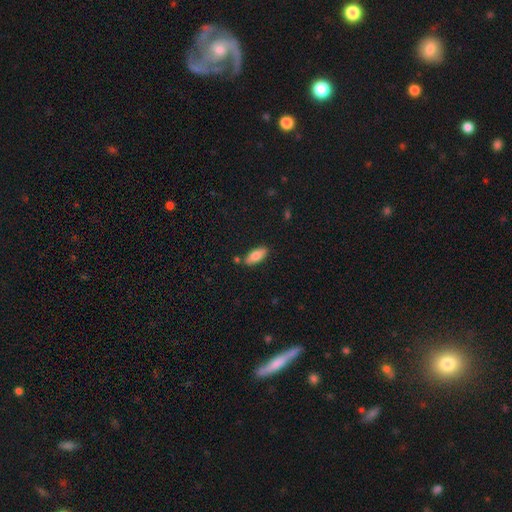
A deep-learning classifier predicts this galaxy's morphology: smooth 79%, featured or disk 15%, star or artifact 6%. Down the decision tree: how rounded — in between (81%); merging — none (83%).